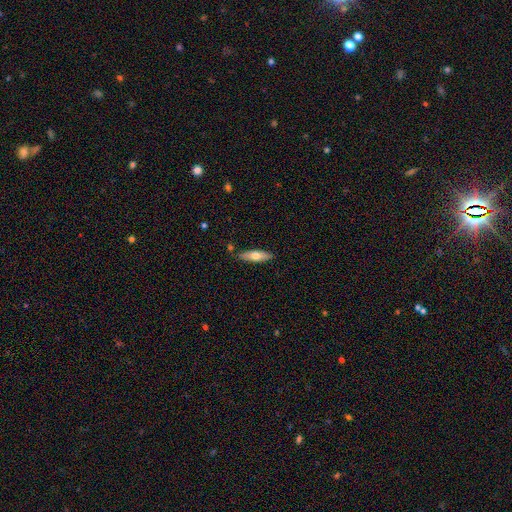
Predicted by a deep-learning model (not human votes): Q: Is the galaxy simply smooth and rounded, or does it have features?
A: smooth — 62%.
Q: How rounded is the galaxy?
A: cigar-shaped — 55%.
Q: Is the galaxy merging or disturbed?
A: none — 84%.